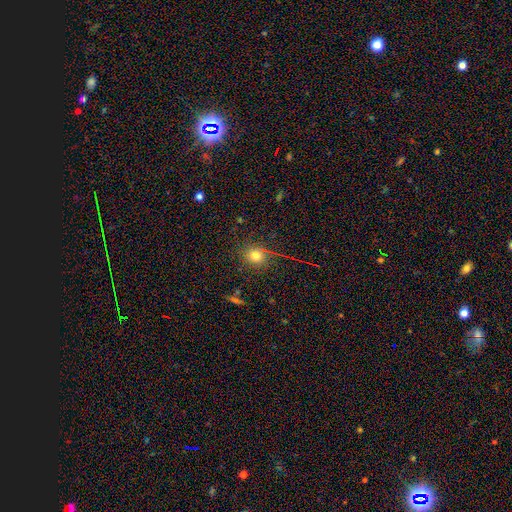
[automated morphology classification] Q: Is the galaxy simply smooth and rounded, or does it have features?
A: smooth — 71%.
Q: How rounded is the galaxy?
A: round — 82%.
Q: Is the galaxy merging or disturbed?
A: none — 79%.